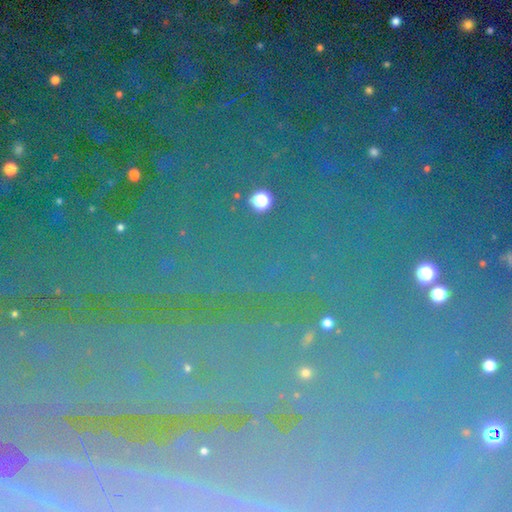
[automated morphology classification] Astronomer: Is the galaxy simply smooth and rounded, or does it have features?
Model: star or artifact — 78%.